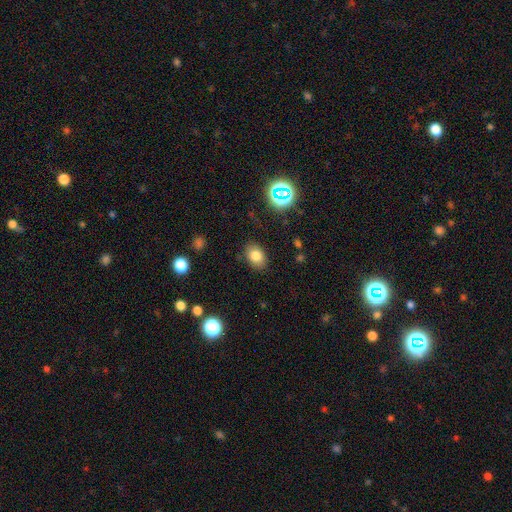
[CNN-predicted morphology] A smooth galaxy with no disk features (78%) that is in between round and cigar-shaped (76%).

Vote fractions:
- Smooth or featured? smooth: 78% / star or artifact: 13% / featured or disk: 9%
- How rounded? in between: 76% / round: 23% / cigar-shaped: 1%
- Merging? none: 84% / minor disturbance: 12% / major disturbance: 3% / merger: 2%